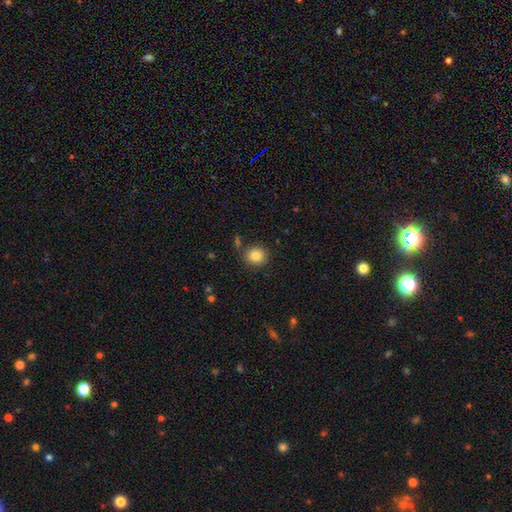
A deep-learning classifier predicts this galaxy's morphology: Smooth or featured? smooth (84%)
How rounded? round (84%)
Merging? none (83%)